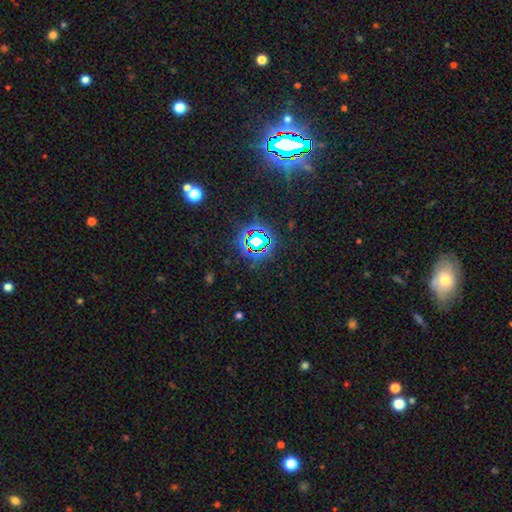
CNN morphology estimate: Smooth or featured?
  - star or artifact: 80% *
  - smooth: 11%
  - featured or disk: 8%